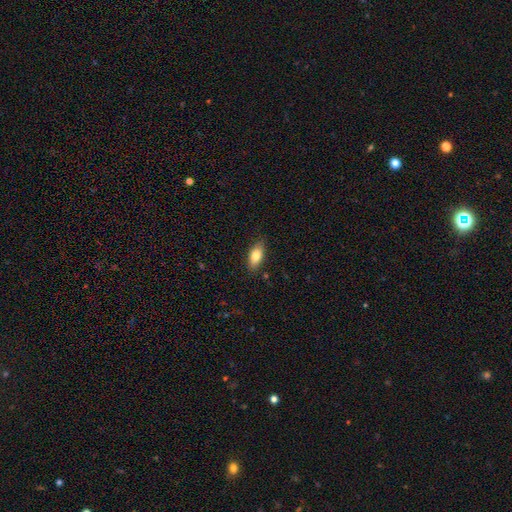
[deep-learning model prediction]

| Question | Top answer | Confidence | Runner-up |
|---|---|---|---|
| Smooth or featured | smooth | 77% | featured or disk (16%) |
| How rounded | in between | 84% | cigar-shaped (12%) |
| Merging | none | 85% | minor disturbance (12%) |